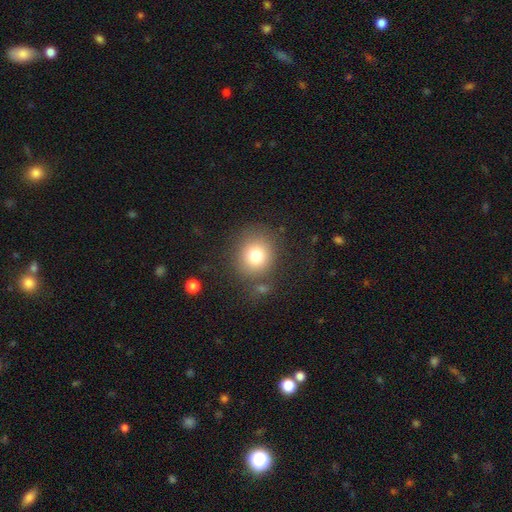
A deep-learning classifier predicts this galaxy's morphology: This appears to be a smooth galaxy with no disk features (78%) that is round (81%). Merging: none (78%).